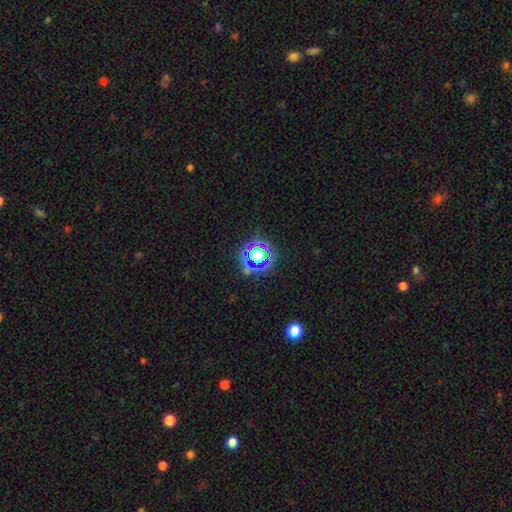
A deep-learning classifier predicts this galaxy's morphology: Smooth or featured?
  - star or artifact: 53% *
  - smooth: 34%
  - featured or disk: 13%